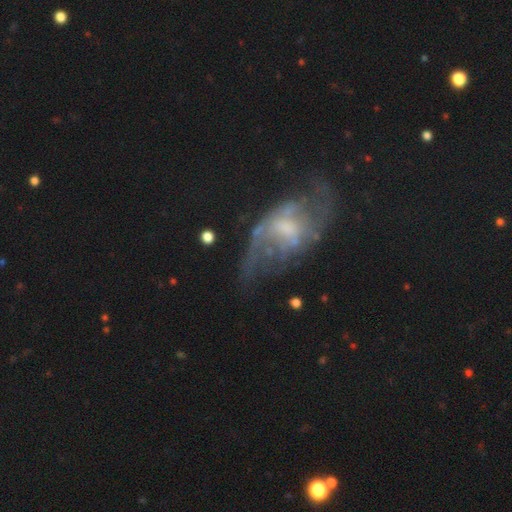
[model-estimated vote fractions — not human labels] Smooth or featured?
  - featured or disk: 73% *
  - smooth: 14%
  - star or artifact: 13%
Edge-on disk?
  - no: 92% *
  - yes: 8%
Bar?
  - weak: 48% *
  - no: 38%
  - strong: 14%
Spiral arms?
  - yes: 79% *
  - no: 21%
Spiral winding?
  - loose: 54% *
  - medium: 33%
  - tight: 13%
Spiral arm count?
  - 2: 71% *
  - can't tell: 18%
  - 1: 4%
  - 3: 3%
  - 4: 2%
  - more than 4: 2%
Bulge size?
  - small: 45% *
  - moderate: 36%
  - none: 11%
  - large: 6%
  - dominant: 2%
Merging?
  - none: 57% *
  - major disturbance: 20%
  - minor disturbance: 20%
  - merger: 3%